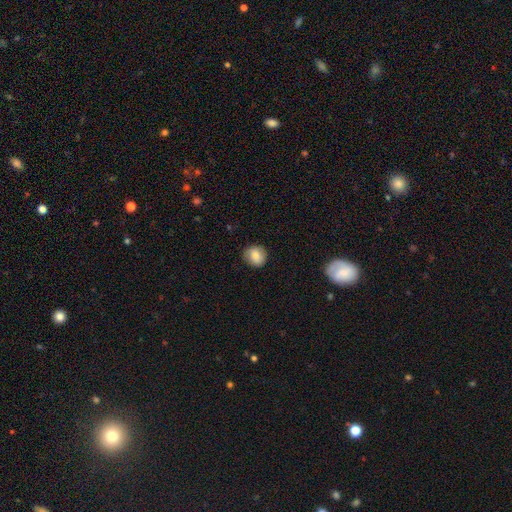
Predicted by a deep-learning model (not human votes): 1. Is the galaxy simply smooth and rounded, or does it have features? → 79% smooth, 12% featured or disk, 8% star or artifact.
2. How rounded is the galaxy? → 84% round, 15% in between, 1% cigar-shaped.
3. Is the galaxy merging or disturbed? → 84% none, 12% minor disturbance, 3% major disturbance, 1% merger.